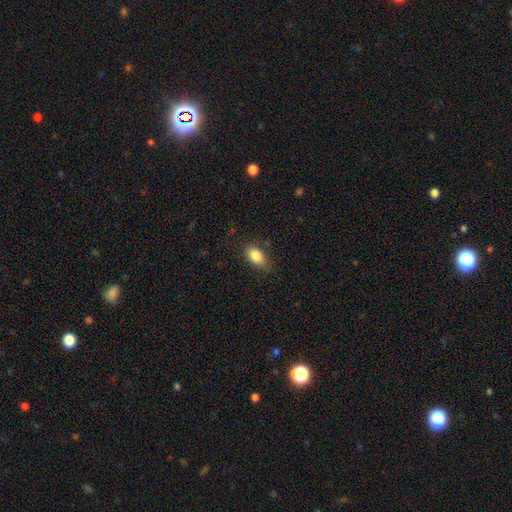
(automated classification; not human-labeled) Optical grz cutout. It shows a smooth galaxy with no disk features (84%) that is in between round and cigar-shaped (90%). Merging: none (78%).